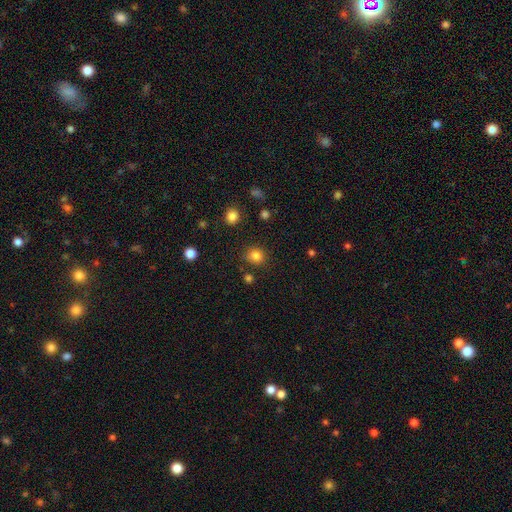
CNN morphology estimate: This is clearly a smooth galaxy (83%). How rounded: clearly round (85%). Merging: clearly none (83%).